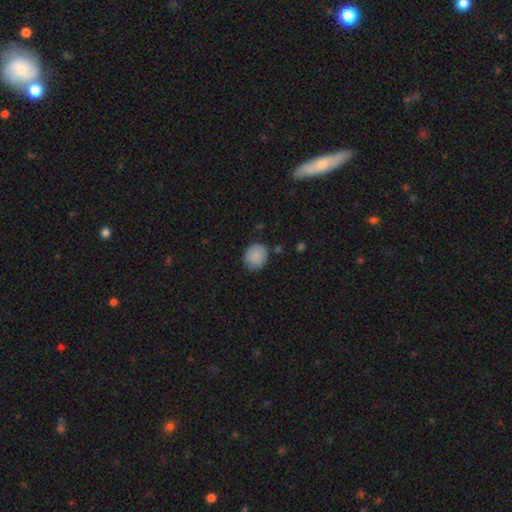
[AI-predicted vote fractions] This is clearly a smooth galaxy (87%). How rounded: likely round (75%). Merging: likely none (77%).